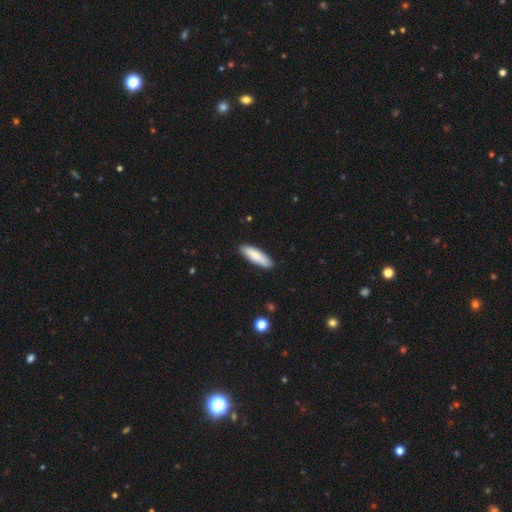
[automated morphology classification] This appears to be a smooth galaxy with no disk features (82%) that is cigar-shaped (59%). Merging: none (88%).